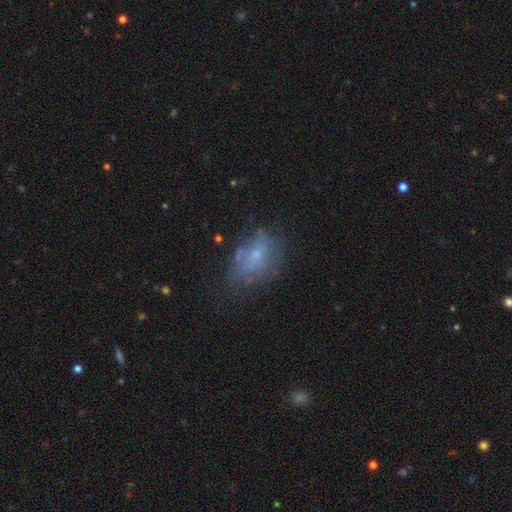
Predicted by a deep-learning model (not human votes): Smooth or featured: smooth — 46% (featured or disk — 39%)
Merging: none — 49% (minor disturbance — 27%)